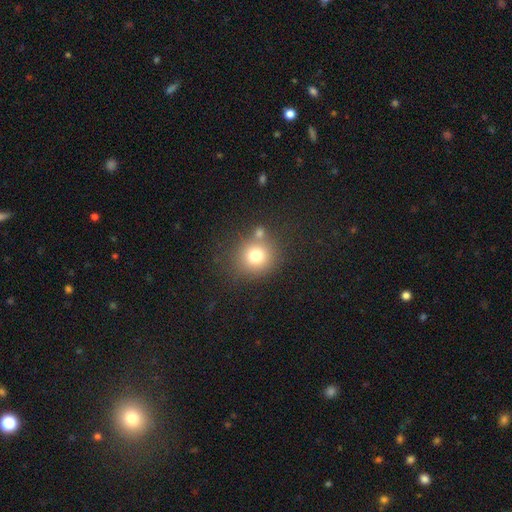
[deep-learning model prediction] Smooth or featured? smooth (76%)
How rounded? round (88%)
Merging? none (70%)